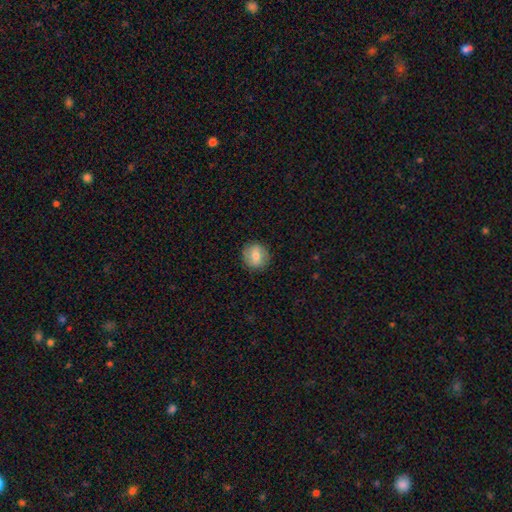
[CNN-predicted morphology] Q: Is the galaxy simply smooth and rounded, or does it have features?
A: smooth — 67%.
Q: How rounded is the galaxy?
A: round — 86%.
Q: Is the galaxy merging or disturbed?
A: none — 87%.